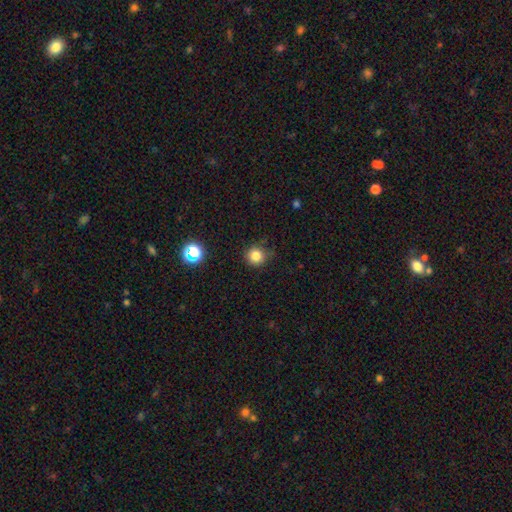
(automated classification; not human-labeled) smooth_or_featured: smooth (p=0.81) [alt: star or artifact p=0.14]
how_rounded: round (p=0.94) [alt: in between p=0.06]
merging: none (p=0.84) [alt: minor disturbance p=0.12]